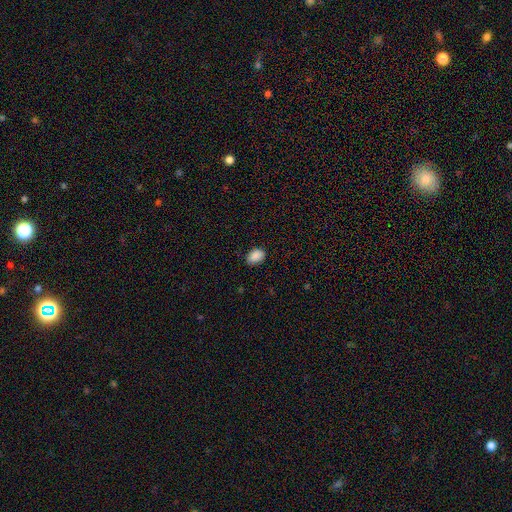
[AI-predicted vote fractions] Q: Smooth or featured?
A: smooth (88%); runner-up: star or artifact (8%)
Q: How rounded?
A: in between (80%); runner-up: round (19%)
Q: Merging?
A: none (79%); runner-up: minor disturbance (17%)